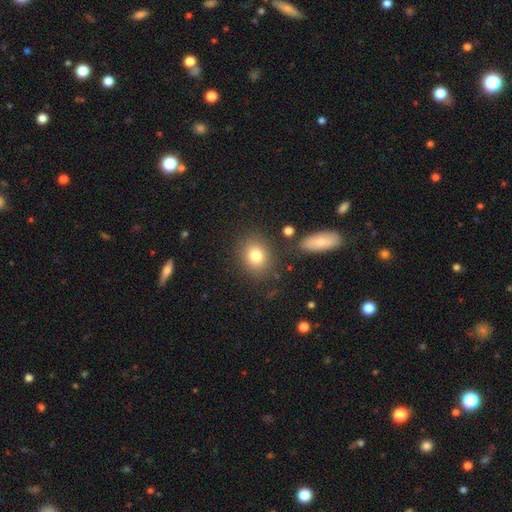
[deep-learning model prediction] Smooth or featured?
  - smooth: 81% *
  - star or artifact: 10%
  - featured or disk: 9%
How rounded?
  - round: 60% *
  - in between: 39%
  - cigar-shaped: 1%
Merging?
  - none: 82% *
  - minor disturbance: 10%
  - merger: 5%
  - major disturbance: 4%